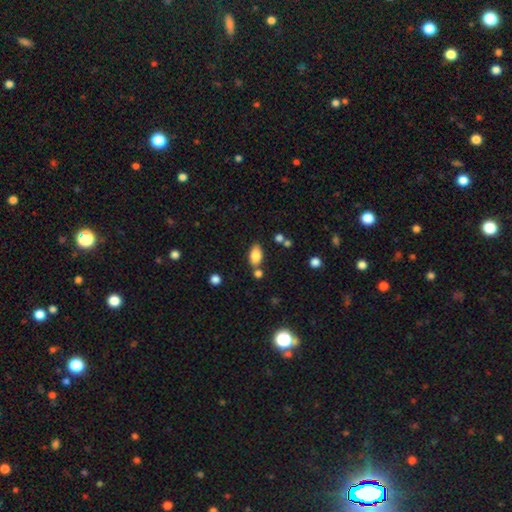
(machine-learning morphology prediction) Q: Smooth or featured?
A: smooth (84%); runner-up: star or artifact (8%)
Q: How rounded?
A: in between (91%); runner-up: round (5%)
Q: Merging?
A: none (70%); runner-up: merger (13%)